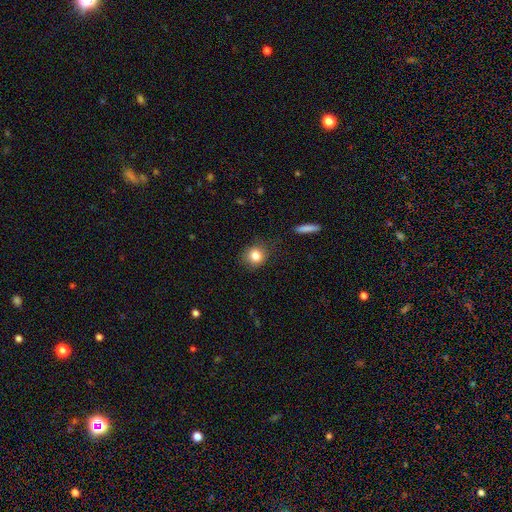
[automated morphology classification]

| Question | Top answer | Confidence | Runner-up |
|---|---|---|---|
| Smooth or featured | smooth | 82% | star or artifact (10%) |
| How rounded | round | 84% | in between (14%) |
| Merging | none | 83% | minor disturbance (12%) |